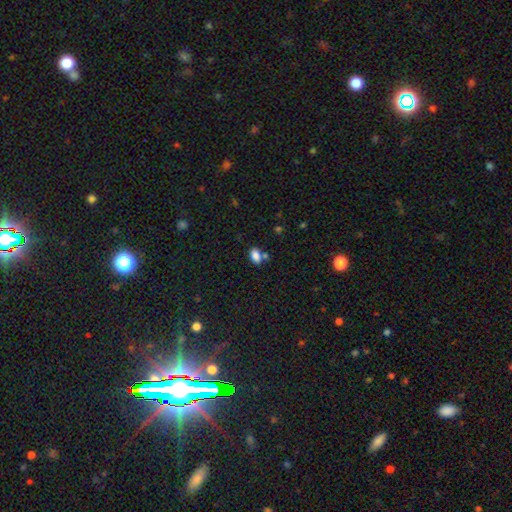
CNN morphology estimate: Smooth or featured?
  - smooth: 83% *
  - star or artifact: 10%
  - featured or disk: 6%
How rounded?
  - in between: 88% *
  - round: 10%
  - cigar-shaped: 2%
Merging?
  - none: 63% *
  - merger: 21%
  - minor disturbance: 12%
  - major disturbance: 4%